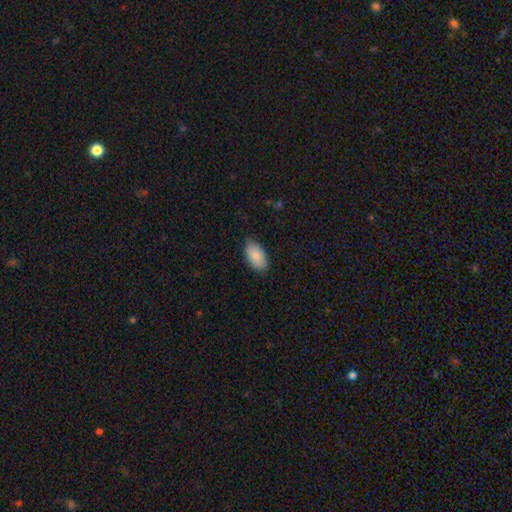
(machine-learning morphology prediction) smooth_or_featured: smooth (p=0.87) [alt: featured or disk p=0.07]
how_rounded: in between (p=0.95) [alt: round p=0.04]
merging: none (p=0.79) [alt: minor disturbance p=0.18]